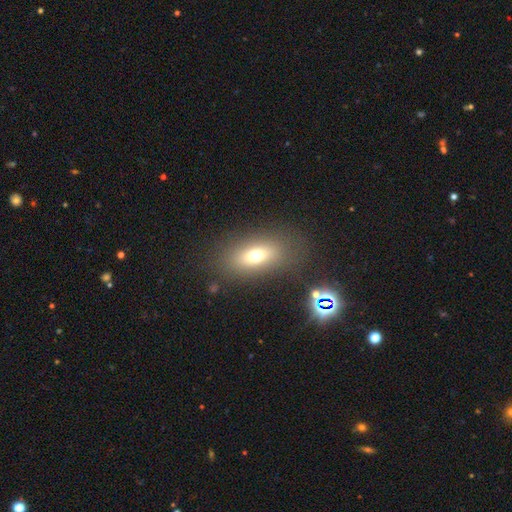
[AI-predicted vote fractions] The model was most divided on "smooth or featured": smooth: 68%, featured or disk: 18%, star or artifact: 14%. More confident: how rounded — in between (81%); merging — none (79%).